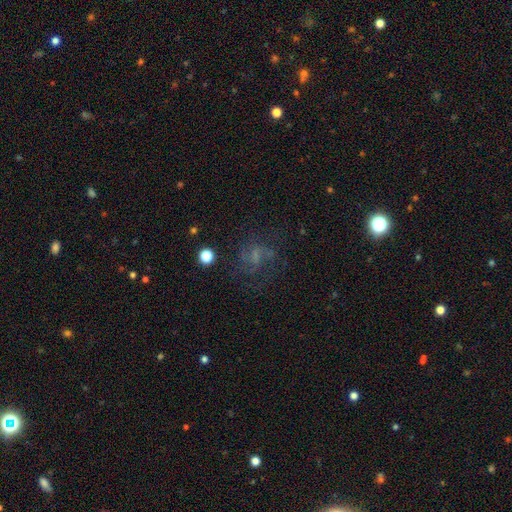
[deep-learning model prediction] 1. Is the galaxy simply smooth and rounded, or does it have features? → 47% featured or disk, 28% smooth, 25% star or artifact.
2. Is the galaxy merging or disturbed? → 57% none, 22% major disturbance, 18% minor disturbance, 3% merger.